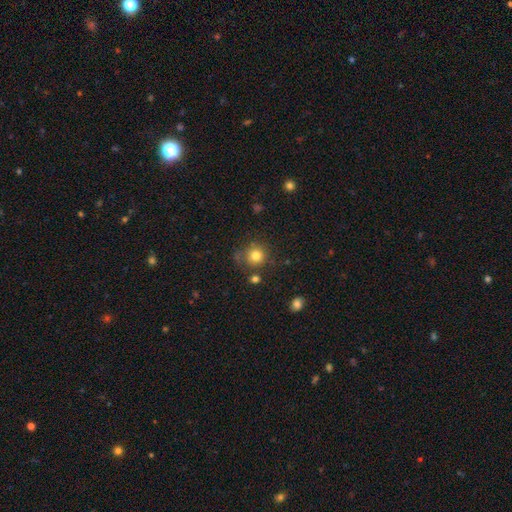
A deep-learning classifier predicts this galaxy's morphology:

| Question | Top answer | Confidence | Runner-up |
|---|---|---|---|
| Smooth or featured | smooth | 80% | star or artifact (13%) |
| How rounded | round | 92% | in between (7%) |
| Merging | none | 76% | minor disturbance (13%) |